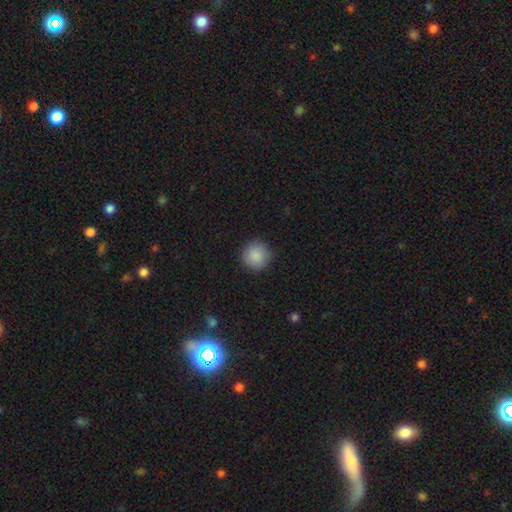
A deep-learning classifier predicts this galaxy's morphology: Q: Smooth or featured?
A: smooth (88%); runner-up: star or artifact (8%)
Q: How rounded?
A: round (95%); runner-up: in between (4%)
Q: Merging?
A: none (89%); runner-up: minor disturbance (8%)